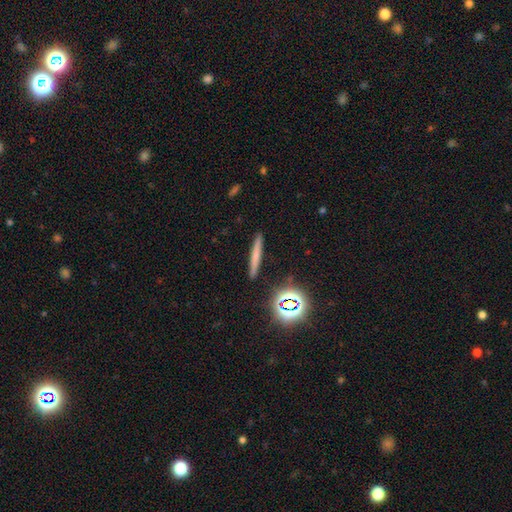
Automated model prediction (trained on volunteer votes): smooth-or-featured: smooth: 59% | featured or disk: 26% | star or artifact: 15%
  how-rounded: cigar-shaped: 93% | in between: 4% | round: 3%
  merging: none: 90% | minor disturbance: 7% | major disturbance: 2% | merger: 2%